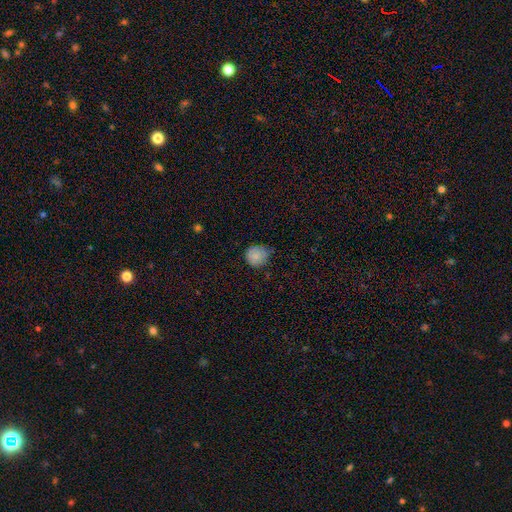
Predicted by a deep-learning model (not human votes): Smooth or featured? Predicted: smooth (p=0.85). How rounded? Predicted: round (p=0.87). Merging? Predicted: none (p=0.70).